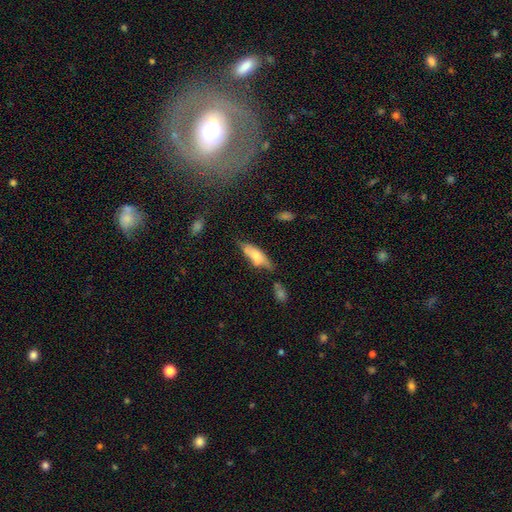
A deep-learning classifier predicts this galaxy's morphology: This is likely a smooth galaxy (63%). How rounded: likely in between (64%). Merging: possibly none (47%).